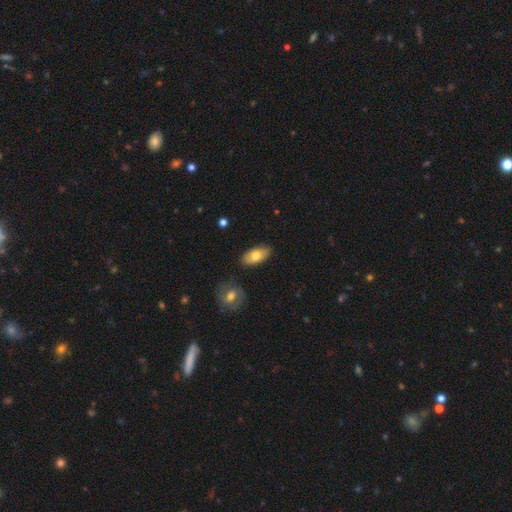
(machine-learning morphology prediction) The model was most divided on "smooth or featured": smooth: 74%, featured or disk: 20%, star or artifact: 6%. More confident: how rounded — in between (92%); merging — none (82%).